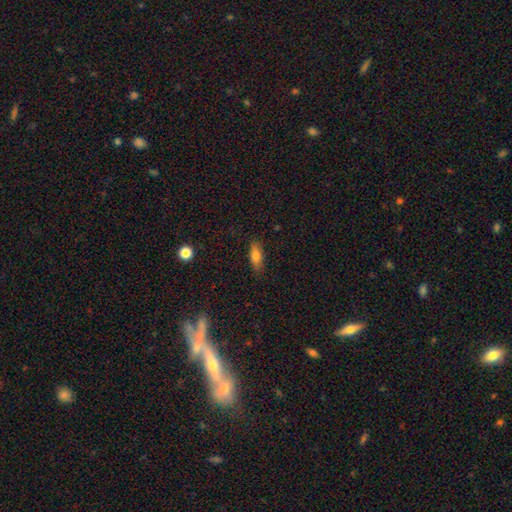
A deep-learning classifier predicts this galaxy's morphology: Smooth or featured? smooth (75%)
How rounded? in between (69%)
Merging? none (85%)